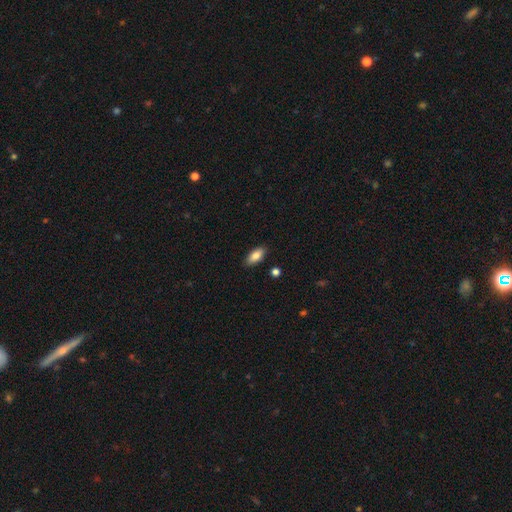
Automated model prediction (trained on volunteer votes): Smooth or featured? Predicted: smooth (p=0.85). How rounded? Predicted: in between (p=0.88). Merging? Predicted: none (p=0.86).